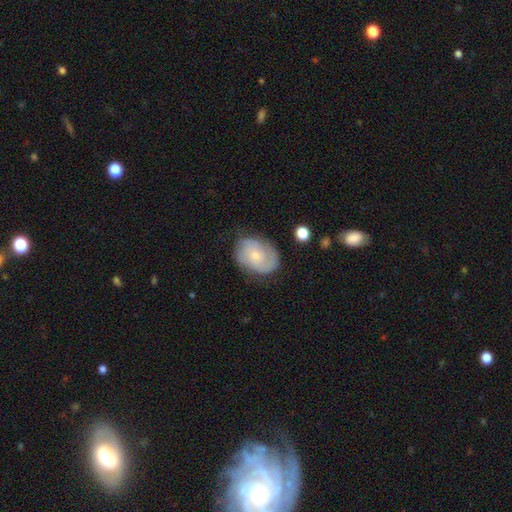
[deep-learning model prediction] Smooth or featured? Predicted: featured or disk (p=0.65). Edge-on disk? Predicted: no (p=0.97). Bar? Predicted: no (p=0.73). Spiral arms? Predicted: yes (p=0.89). Spiral winding? Predicted: tight (p=0.50). Spiral arm count? Predicted: 2 (p=0.54). Bulge size? Predicted: small (p=0.70). Merging? Predicted: none (p=0.71).